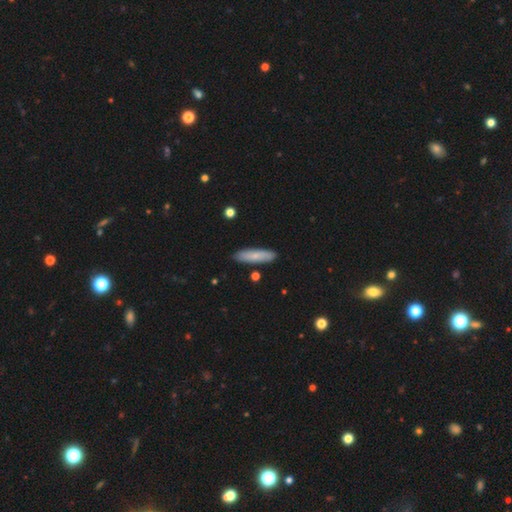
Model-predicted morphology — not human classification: Smooth or featured? Predicted: smooth (p=0.75). How rounded? Predicted: cigar-shaped (p=0.73). Merging? Predicted: none (p=0.87).